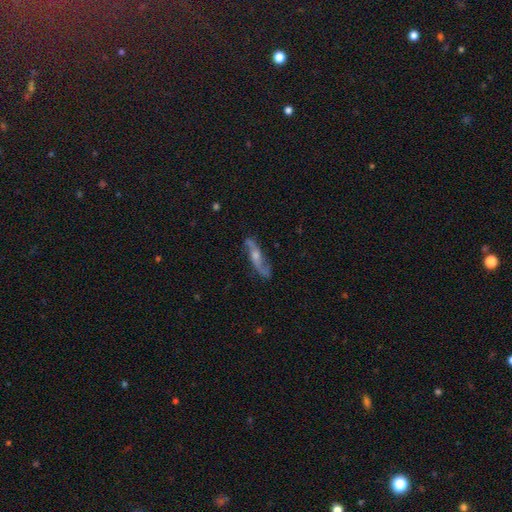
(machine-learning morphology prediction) This is clearly a featured or disk galaxy (82%). It is likely not viewed edge-on (76%). Bar: possibly no (53%). Spiral arm pattern: clearly yes (94%). Spiral arm count: clearly 2 (91%). Spiral winding: possibly loose (58%). Central bulge: possibly moderate (54%). Merging: likely none (79%).